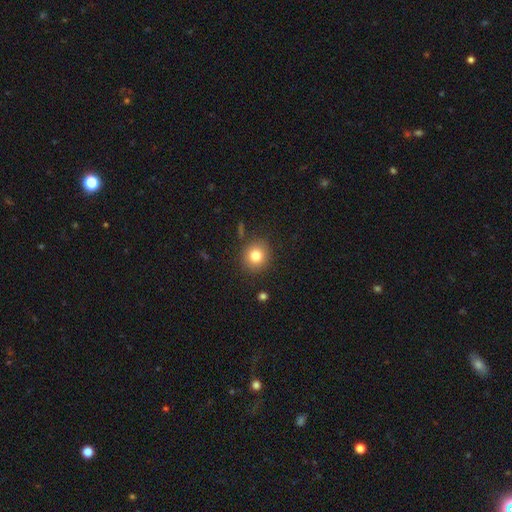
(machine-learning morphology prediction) smooth_or_featured: smooth (p=0.81) [alt: star or artifact p=0.11]
how_rounded: round (p=0.87) [alt: in between p=0.12]
merging: none (p=0.87) [alt: minor disturbance p=0.08]